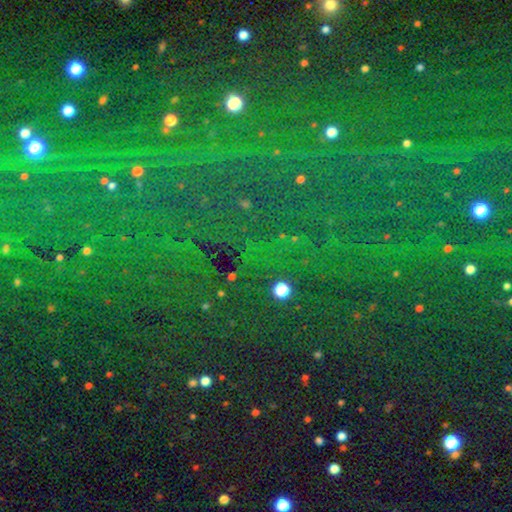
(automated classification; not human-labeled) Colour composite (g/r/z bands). It shows a star or artifact, not a galaxy (81%).